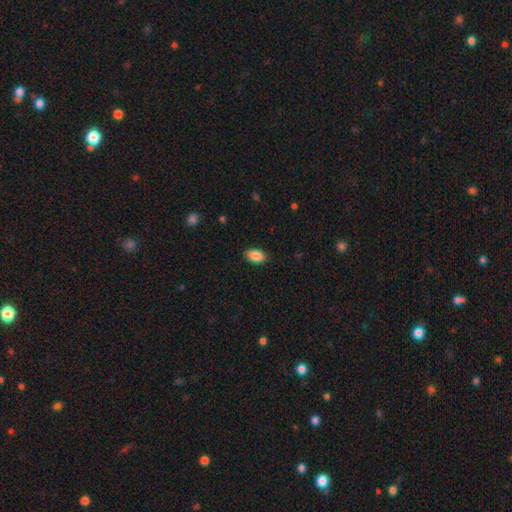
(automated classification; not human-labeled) Smooth or featured? smooth (88%)
How rounded? in between (91%)
Merging? none (87%)